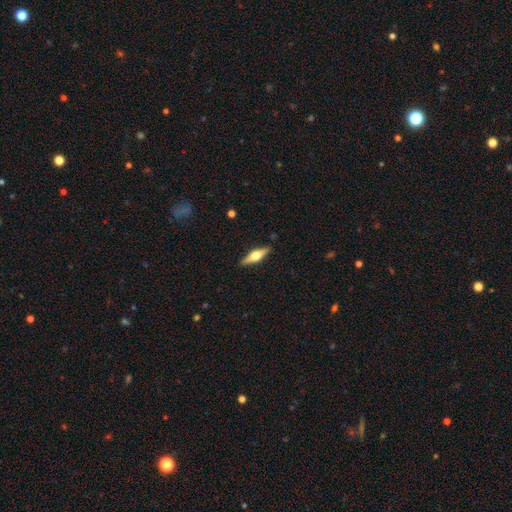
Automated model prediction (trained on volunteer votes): Smooth or featured: featured or disk — 64% (smooth — 31%)
Edge-on disk: yes — 96% (no — 4%)
Edge-on bulge: rounded — 95% (boxy — 3%)
Merging: none — 90% (minor disturbance — 7%)